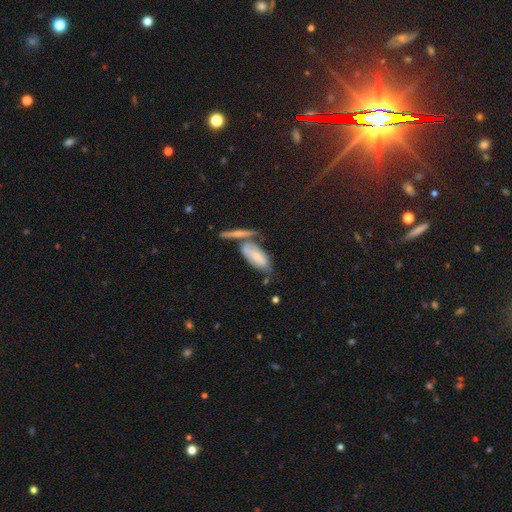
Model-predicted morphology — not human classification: Smooth or featured?
  - smooth: 58% *
  - featured or disk: 34%
  - star or artifact: 8%
How rounded?
  - in between: 82% *
  - cigar-shaped: 16%
  - round: 3%
Merging?
  - none: 39% *
  - merger: 33%
  - minor disturbance: 19%
  - major disturbance: 9%